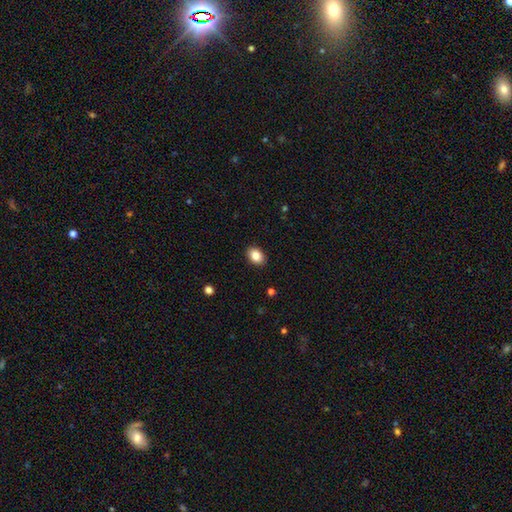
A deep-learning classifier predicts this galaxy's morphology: smooth-or-featured: smooth: 86% | star or artifact: 8% | featured or disk: 6%
  how-rounded: in between: 79% | round: 20% | cigar-shaped: 1%
  merging: none: 90% | minor disturbance: 7% | major disturbance: 2% | merger: 1%